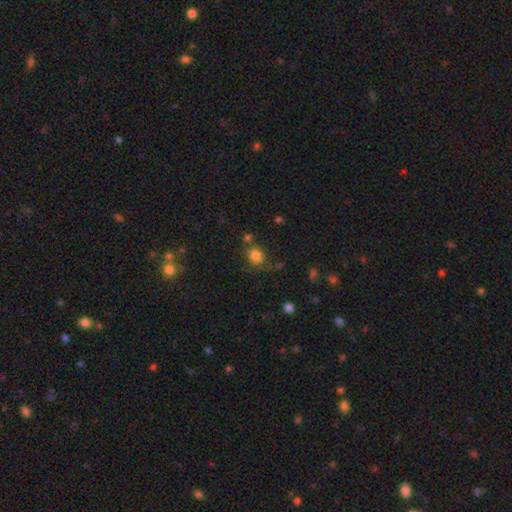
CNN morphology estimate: Smooth or featured: smooth — 82% (star or artifact — 13%)
How rounded: round — 81% (in between — 18%)
Merging: none — 69% (minor disturbance — 14%)